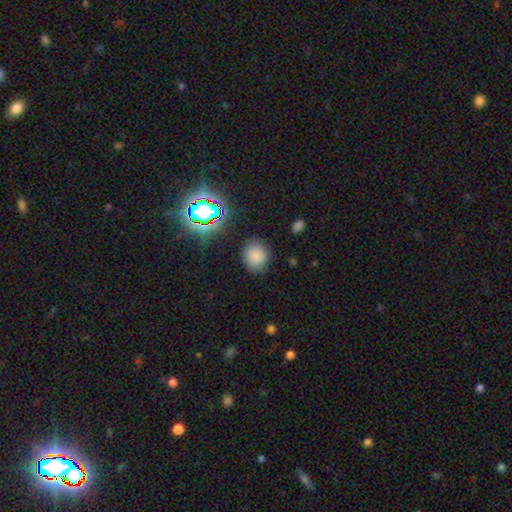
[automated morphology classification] smooth 79%, star or artifact 15%, featured or disk 6%. Down the decision tree: how rounded — round (72%); merging — none (84%).